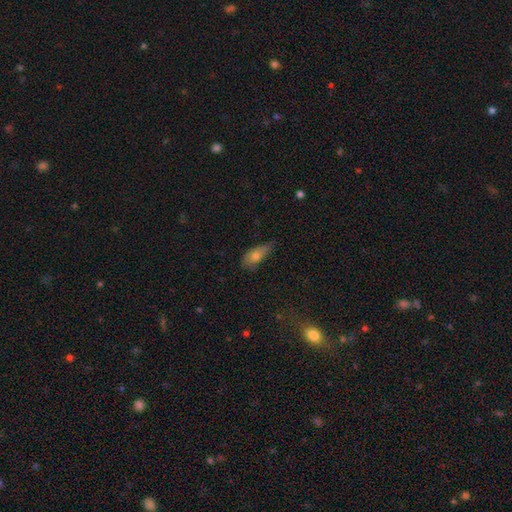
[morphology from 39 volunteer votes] This appears to be a smooth galaxy with no disk features (67%) that is in between round and cigar-shaped (77%). Merging: minor disturbance (57%).